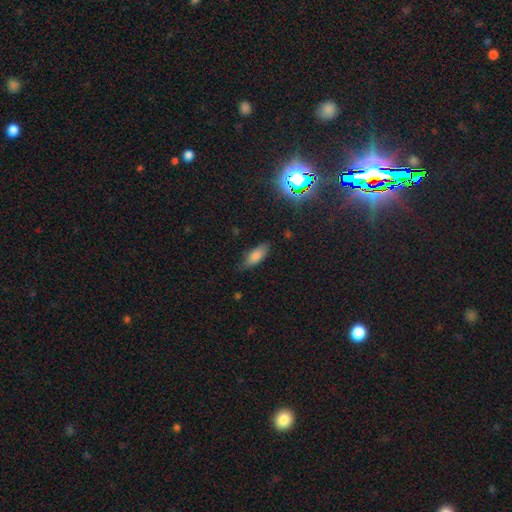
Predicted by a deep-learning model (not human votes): Overall: smooth (80%). How rounded: in between (75%). Merging: none (75%).